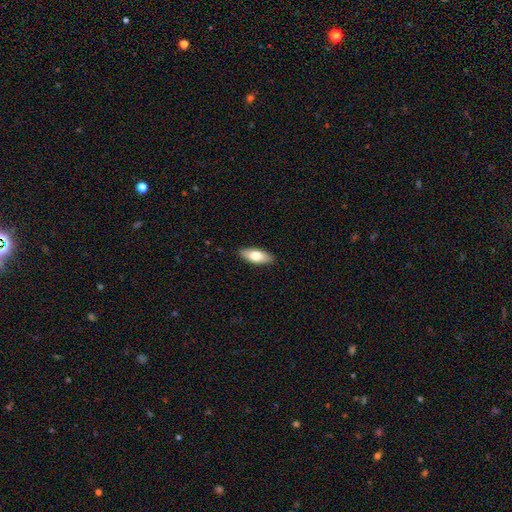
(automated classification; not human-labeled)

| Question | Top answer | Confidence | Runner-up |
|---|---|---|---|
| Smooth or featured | smooth | 75% | featured or disk (20%) |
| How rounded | in between | 79% | cigar-shaped (18%) |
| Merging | none | 89% | minor disturbance (8%) |